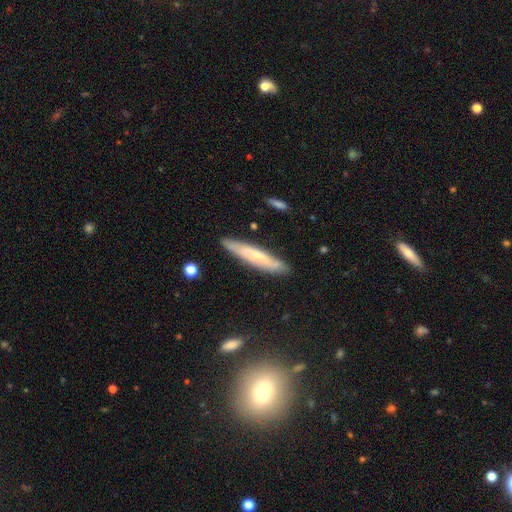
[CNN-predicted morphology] smooth 51%, featured or disk 42%, star or artifact 7%. Down the decision tree: how rounded — cigar-shaped (89%); merging — none (84%).